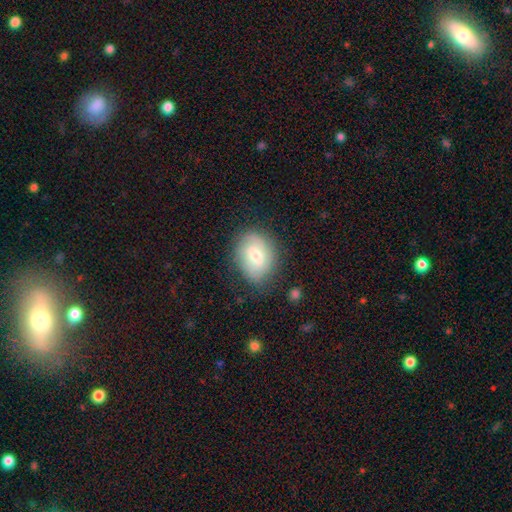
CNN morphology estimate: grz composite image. It shows a smooth galaxy with no disk features (58%) that is in between round and cigar-shaped (64%). Merging: none (72%).